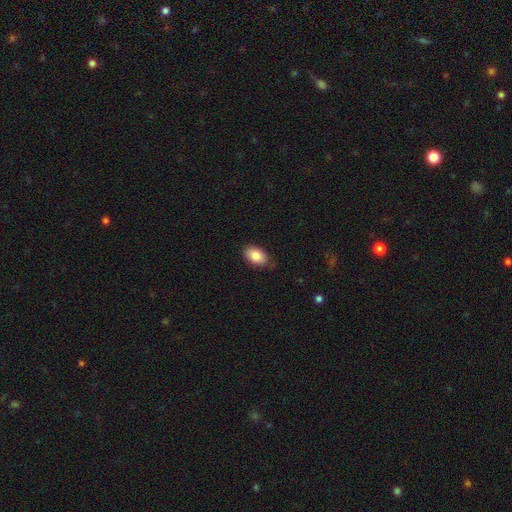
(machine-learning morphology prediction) Smooth or featured?
  - smooth: 85% *
  - featured or disk: 8%
  - star or artifact: 7%
How rounded?
  - in between: 91% *
  - round: 8%
  - cigar-shaped: 1%
Merging?
  - none: 82% *
  - minor disturbance: 15%
  - major disturbance: 2%
  - merger: 1%